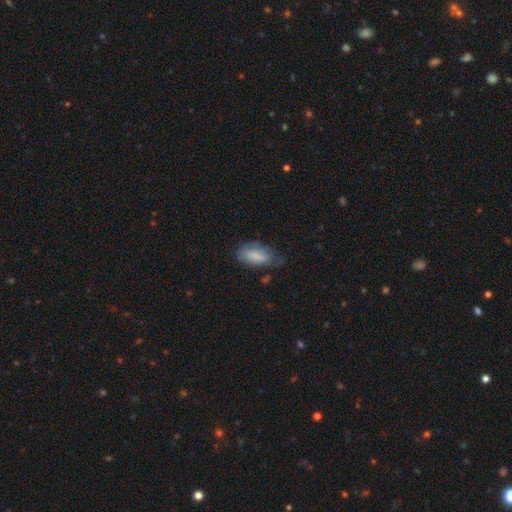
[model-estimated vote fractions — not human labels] Smooth or featured? smooth (79%)
How rounded? in between (90%)
Merging? none (51%)